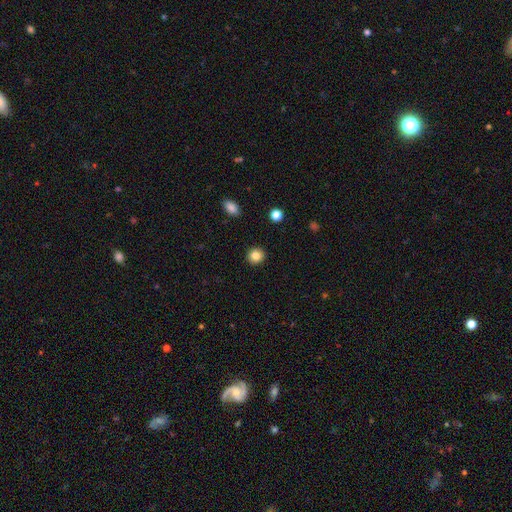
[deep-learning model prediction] This appears to be a smooth galaxy with no disk features (85%) that is round (85%). Merging: none (91%).